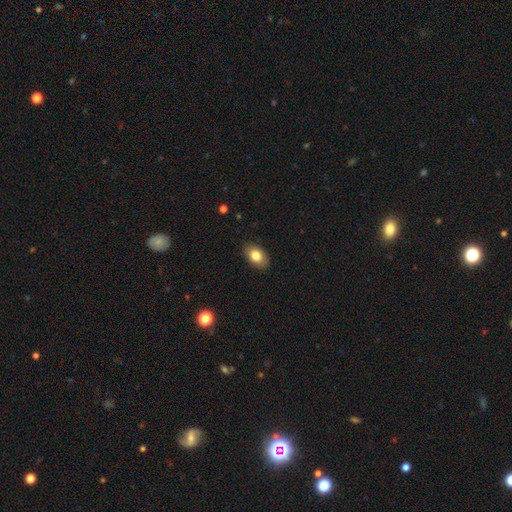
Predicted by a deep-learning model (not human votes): Smooth or featured? Predicted: smooth (p=0.81). How rounded? Predicted: in between (p=0.86). Merging? Predicted: none (p=0.86).